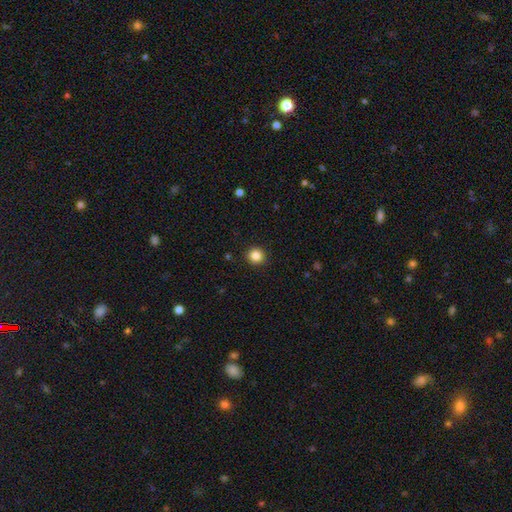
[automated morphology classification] Smooth or featured? Predicted: smooth (p=0.85). How rounded? Predicted: round (p=0.93). Merging? Predicted: none (p=0.93).